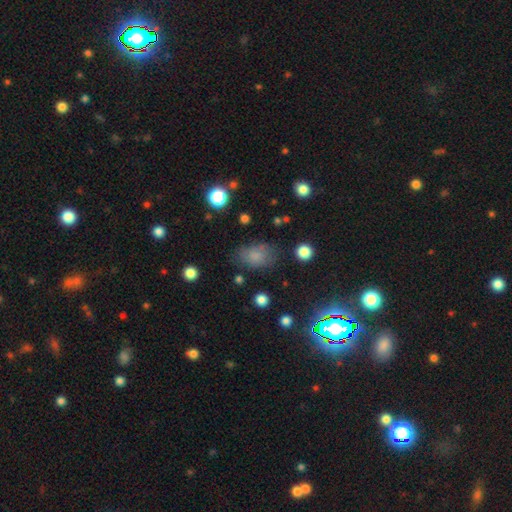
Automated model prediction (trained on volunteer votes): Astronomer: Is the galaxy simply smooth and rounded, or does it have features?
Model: smooth — 77%.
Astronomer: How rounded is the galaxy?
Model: in between — 82%.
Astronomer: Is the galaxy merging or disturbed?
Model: none — 68%.